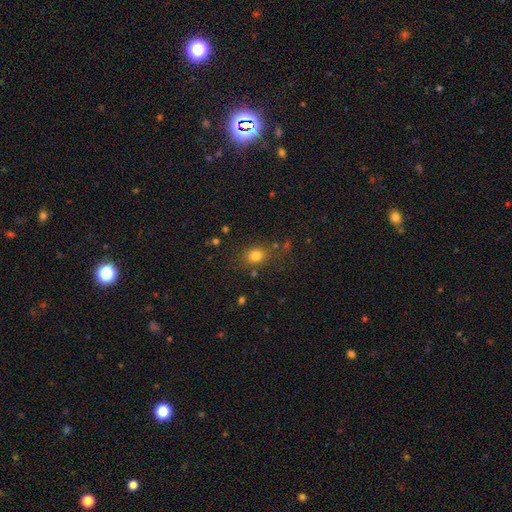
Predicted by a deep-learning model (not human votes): smooth 79%, star or artifact 14%, featured or disk 7%. Down the decision tree: how rounded — round (56%); merging — none (78%).